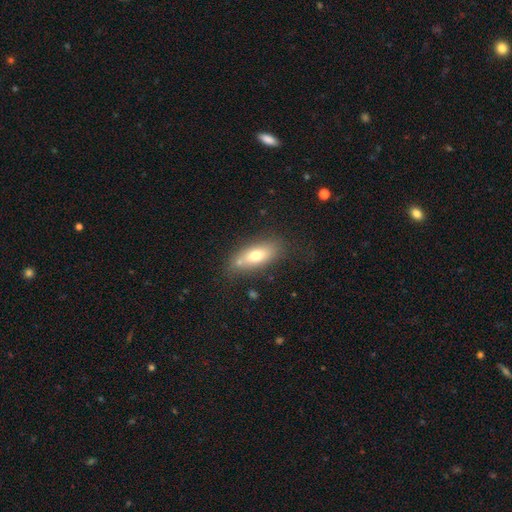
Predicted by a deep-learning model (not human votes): A smooth galaxy with no disk features (70%) that is in between round and cigar-shaped (79%). Merging: none (68%).